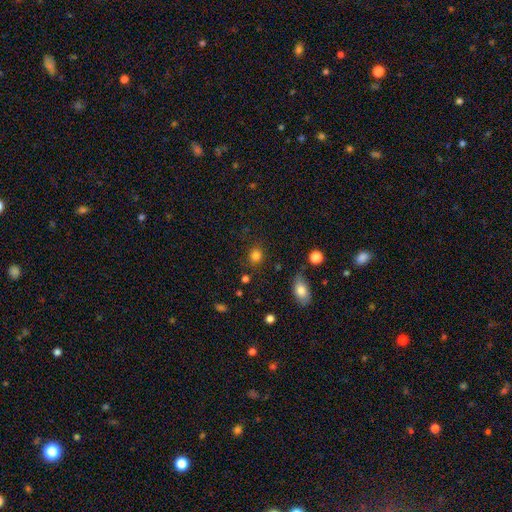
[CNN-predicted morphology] smooth 82%, star or artifact 13%, featured or disk 5%. Down the decision tree: how rounded — round (78%); merging — none (81%).